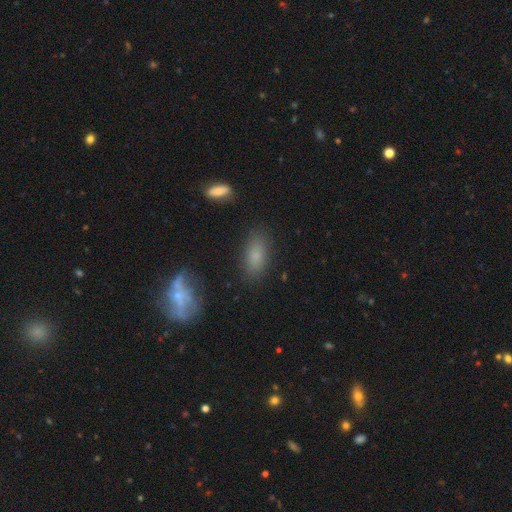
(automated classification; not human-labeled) This is likely a smooth galaxy (77%). How rounded: clearly in between (87%). Merging: clearly none (80%).